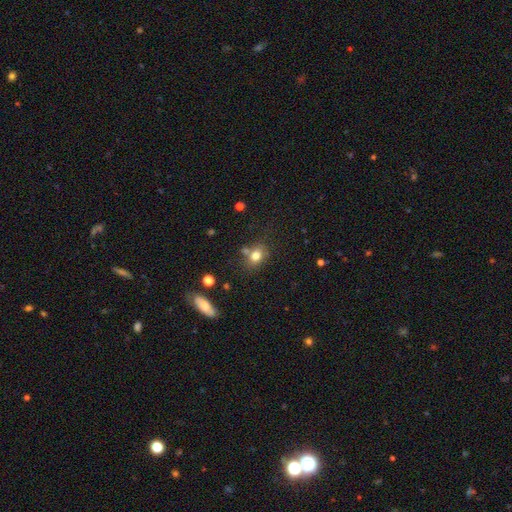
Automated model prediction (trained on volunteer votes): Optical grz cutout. It shows a smooth galaxy with no disk features (78%) that is in between round and cigar-shaped (54%). Merging: none (60%).